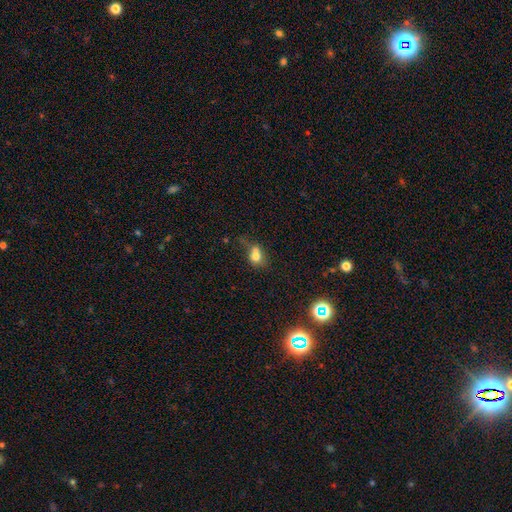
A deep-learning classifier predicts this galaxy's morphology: Smooth or featured?
  - smooth: 72% *
  - featured or disk: 14%
  - star or artifact: 13%
How rounded?
  - in between: 60% *
  - round: 37%
  - cigar-shaped: 3%
Merging?
  - none: 34% *
  - minor disturbance: 26%
  - major disturbance: 21%
  - merger: 19%